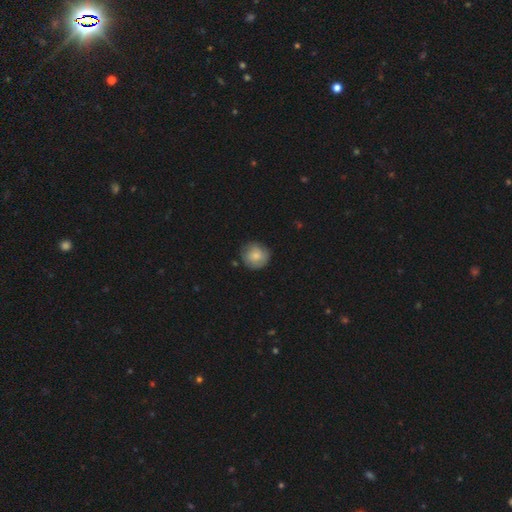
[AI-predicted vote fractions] smooth_or_featured: smooth (p=0.76) [alt: featured or disk p=0.18]
how_rounded: round (p=0.91) [alt: in between p=0.08]
merging: none (p=0.78) [alt: minor disturbance p=0.17]